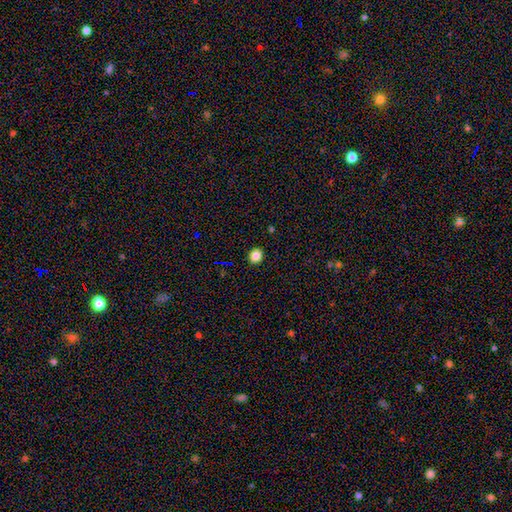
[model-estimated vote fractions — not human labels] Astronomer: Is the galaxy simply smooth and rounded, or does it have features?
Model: smooth — 84%.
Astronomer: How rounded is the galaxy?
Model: round — 75%.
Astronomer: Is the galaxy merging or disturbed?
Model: none — 92%.